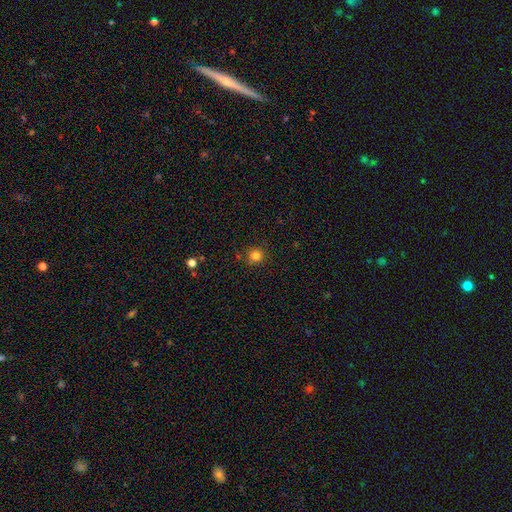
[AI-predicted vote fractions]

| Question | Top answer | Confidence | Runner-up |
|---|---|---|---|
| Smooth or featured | smooth | 81% | star or artifact (14%) |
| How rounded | round | 91% | in between (8%) |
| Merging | none | 83% | minor disturbance (11%) |